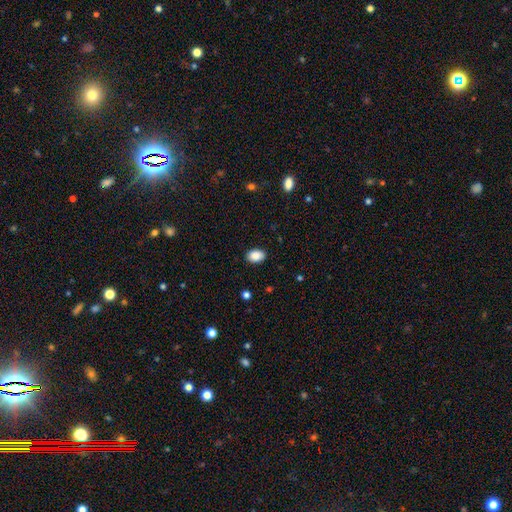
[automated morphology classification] smooth 89%, star or artifact 8%, featured or disk 3%. Down the decision tree: how rounded — in between (82%); merging — none (88%).